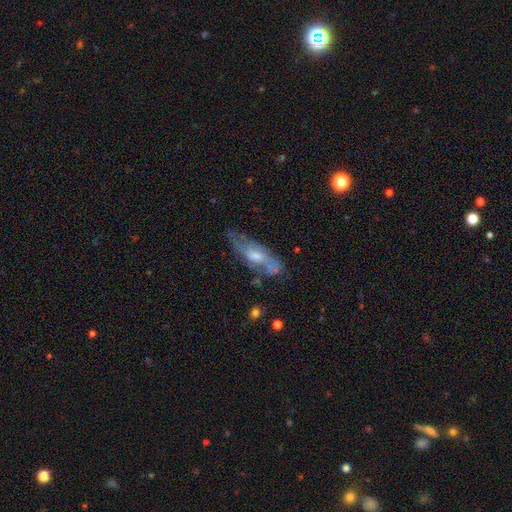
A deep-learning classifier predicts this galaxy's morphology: smooth-or-featured: featured or disk: 66% | smooth: 26% | star or artifact: 8%
  disk-edge-on: no: 74% | yes: 26%
  merging: none: 54% | minor disturbance: 28% | major disturbance: 14% | merger: 4%